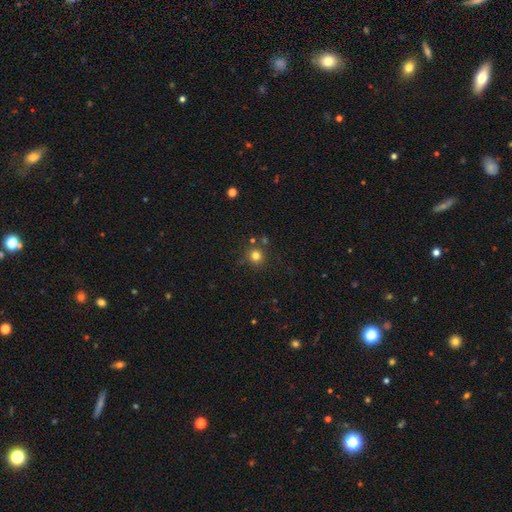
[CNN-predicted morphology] Smooth or featured: smooth — 79% (star or artifact — 15%)
How rounded: round — 94% (in between — 5%)
Merging: none — 80% (minor disturbance — 9%)